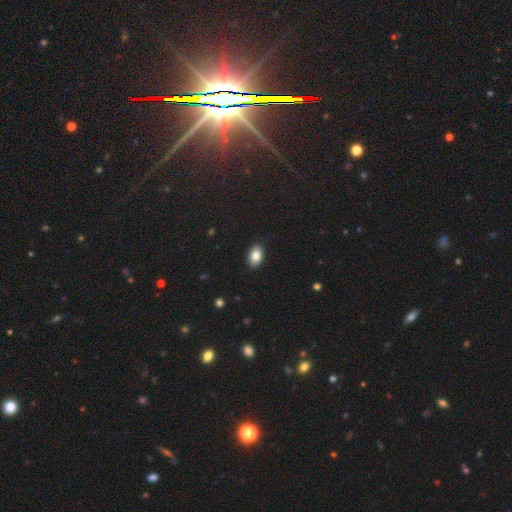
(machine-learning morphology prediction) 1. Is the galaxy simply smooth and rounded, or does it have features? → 84% smooth, 8% star or artifact, 8% featured or disk.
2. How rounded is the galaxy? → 87% in between, 12% round, 1% cigar-shaped.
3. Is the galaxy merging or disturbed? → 90% none, 8% minor disturbance, 2% major disturbance, 1% merger.